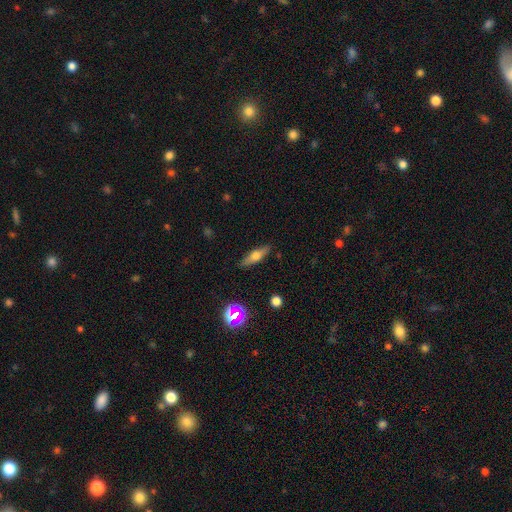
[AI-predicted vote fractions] The model was most divided on "smooth or featured": smooth: 47%, featured or disk: 44%, star or artifact: 9%. More confident: merging — none (87%).